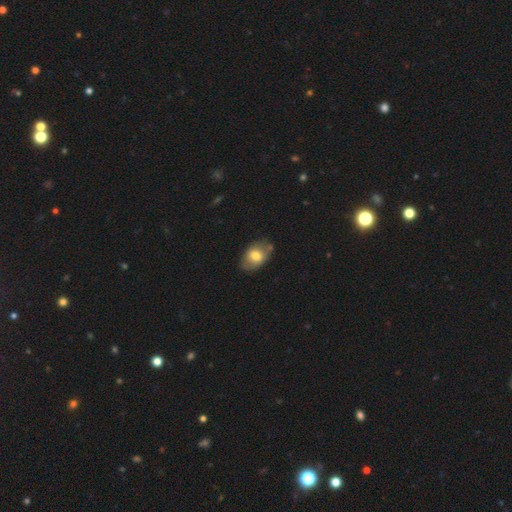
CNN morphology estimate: smooth 71%, featured or disk 22%, star or artifact 7%. Down the decision tree: how rounded — in between (82%); merging — none (69%).